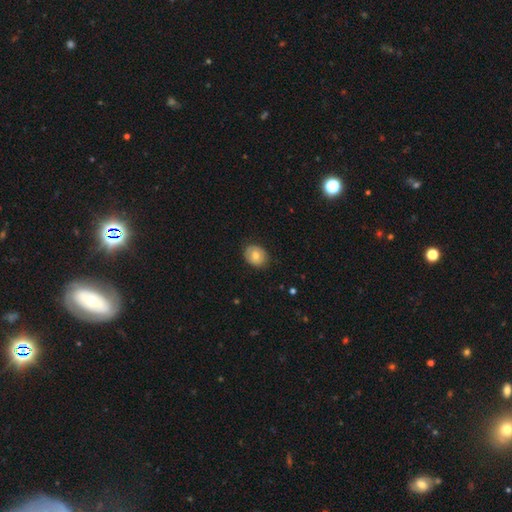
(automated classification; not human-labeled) Q: Smooth or featured?
A: smooth (69%); runner-up: featured or disk (23%)
Q: How rounded?
A: round (56%); runner-up: in between (43%)
Q: Merging?
A: none (84%); runner-up: minor disturbance (13%)